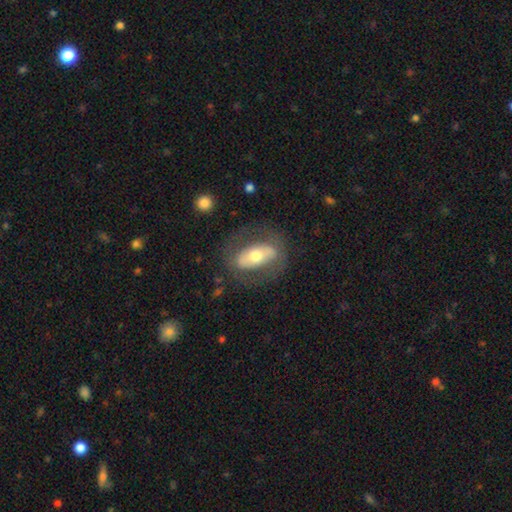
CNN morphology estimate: smooth_or_featured: featured or disk (p=0.53) [alt: smooth p=0.41]
disk_edge_on: no (p=0.86) [alt: yes p=0.14]
merging: none (p=0.73) [alt: minor disturbance p=0.15]